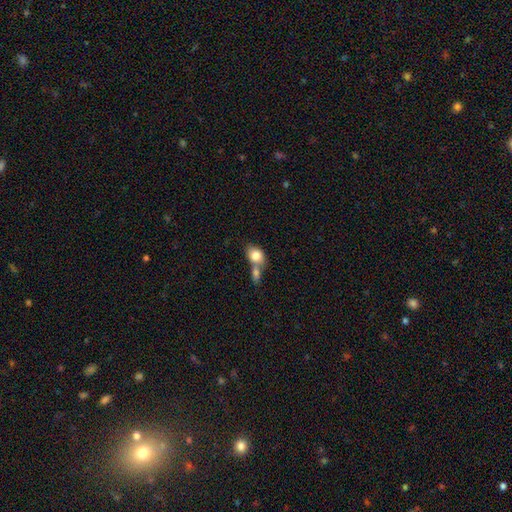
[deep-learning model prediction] A smooth galaxy with no disk features (82%) that is in between round and cigar-shaped (66%). Merging: merger (60%).